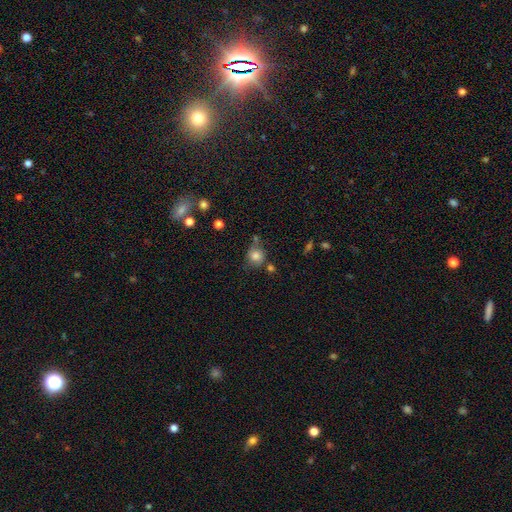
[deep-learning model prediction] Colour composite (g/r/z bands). It shows a smooth galaxy with no disk features (79%) that is round (81%). Merging: none (58%).